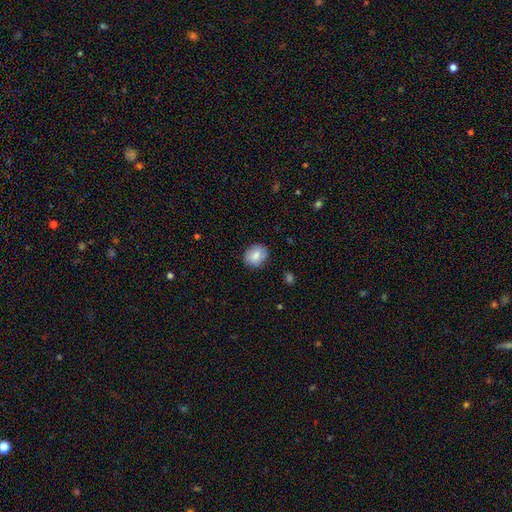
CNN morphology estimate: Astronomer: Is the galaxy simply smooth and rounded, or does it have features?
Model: smooth — 82%.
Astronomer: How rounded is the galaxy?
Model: round — 52% (runner-up: in between, 47%).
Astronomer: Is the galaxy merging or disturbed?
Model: none — 85%.